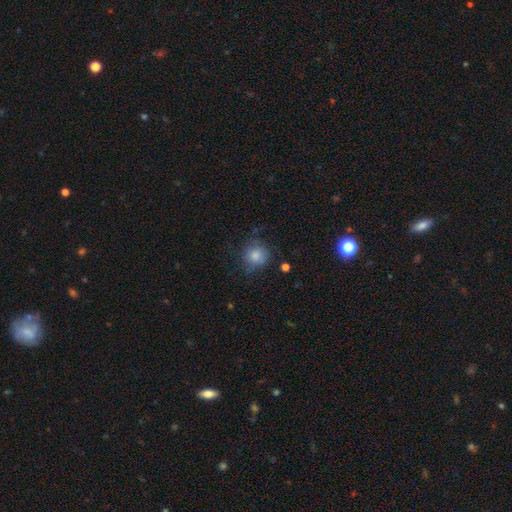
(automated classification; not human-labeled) The model was most divided on "merging": none: 71%, minor disturbance: 19%, major disturbance: 7%, merger: 2%. More confident: how rounded — round (88%); smooth or featured — smooth (81%).